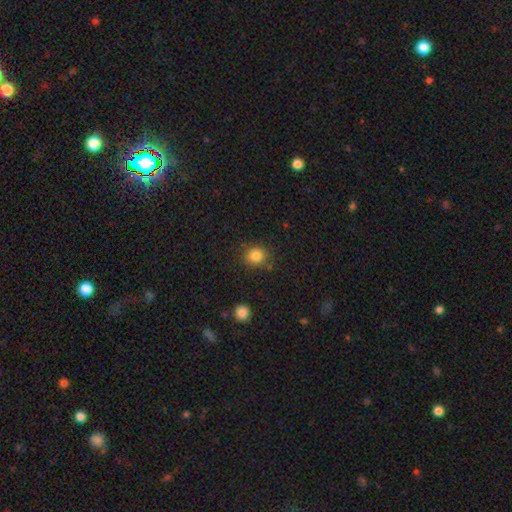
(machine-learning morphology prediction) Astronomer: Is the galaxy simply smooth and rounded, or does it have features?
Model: smooth — 84%.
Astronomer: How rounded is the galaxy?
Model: round — 80%.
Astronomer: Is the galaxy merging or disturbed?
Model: none — 82%.